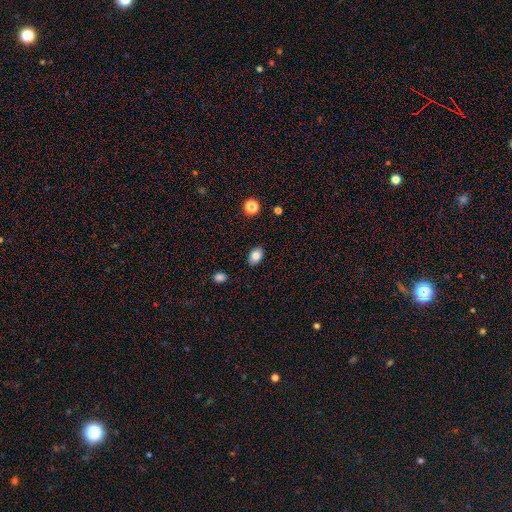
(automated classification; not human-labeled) Smooth or featured: smooth — 82% (star or artifact — 9%)
How rounded: in between — 85% (round — 14%)
Merging: none — 87% (minor disturbance — 10%)